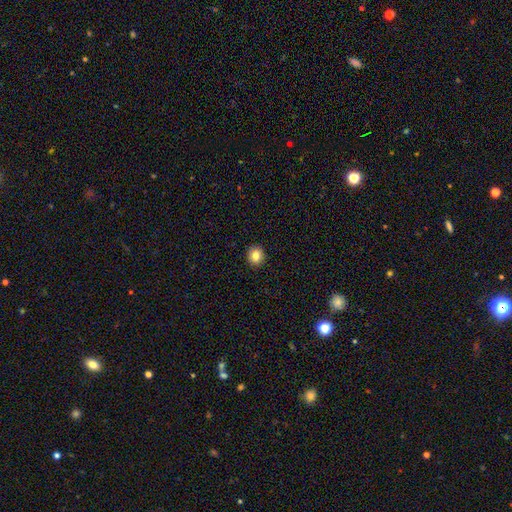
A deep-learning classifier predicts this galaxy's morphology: smooth_or_featured: smooth (p=0.82) [alt: star or artifact p=0.10]
how_rounded: round (p=0.82) [alt: in between p=0.17]
merging: none (p=0.92) [alt: minor disturbance p=0.06]